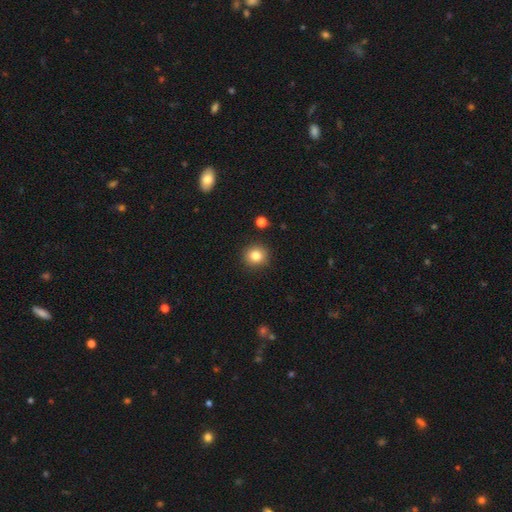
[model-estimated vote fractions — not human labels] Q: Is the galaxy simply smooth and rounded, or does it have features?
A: smooth — 83%.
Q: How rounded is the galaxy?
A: round — 88%.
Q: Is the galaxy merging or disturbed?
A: none — 90%.